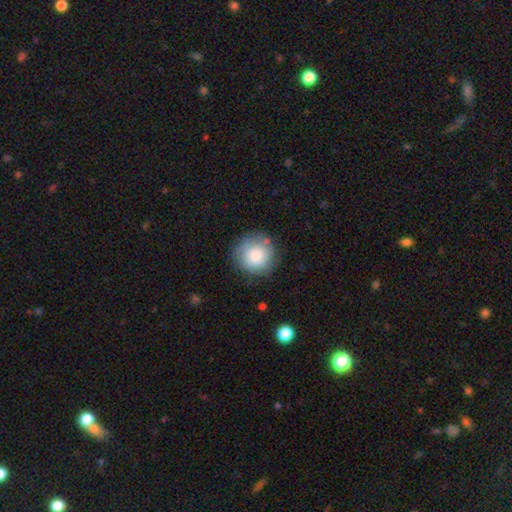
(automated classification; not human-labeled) The model was most divided on "merging": none: 80%, minor disturbance: 14%, major disturbance: 4%, merger: 2%. More confident: how rounded — round (94%); smooth or featured — smooth (82%).